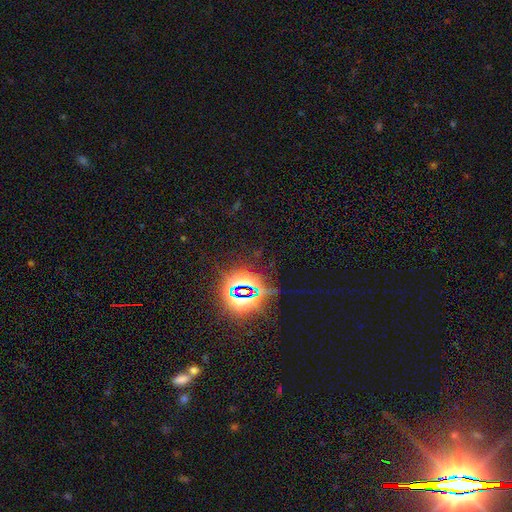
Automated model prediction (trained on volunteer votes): Morphology: type=star or artifact (82%).